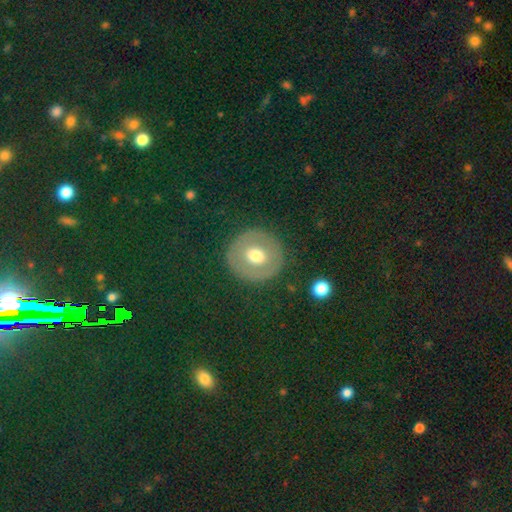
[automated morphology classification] A smooth galaxy with no disk features (55%) that is round (90%).

Vote fractions:
- Smooth or featured? smooth: 55% / featured or disk: 35% / star or artifact: 10%
- How rounded? round: 90% / in between: 9% / cigar-shaped: 1%
- Merging? none: 86% / minor disturbance: 9% / major disturbance: 4% / merger: 1%